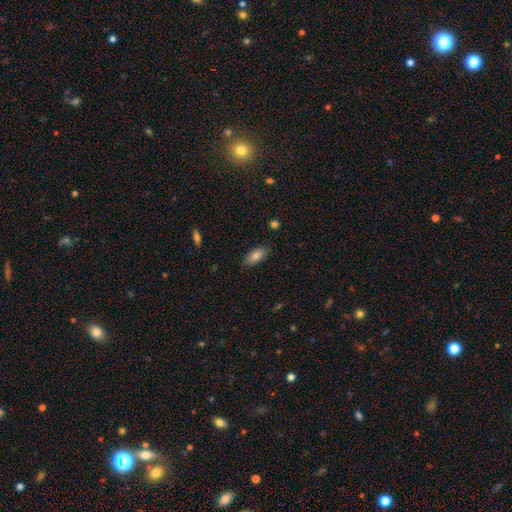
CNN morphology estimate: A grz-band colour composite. It shows a smooth galaxy with no disk features (83%) that is in between round and cigar-shaped (87%). Merging: none (85%).